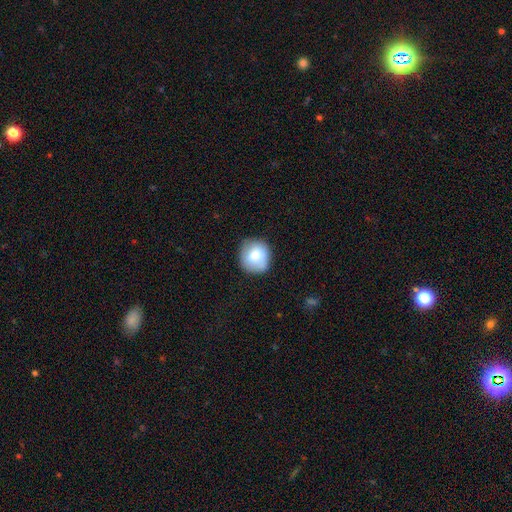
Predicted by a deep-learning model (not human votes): smooth 77%, featured or disk 15%, star or artifact 8%. Down the decision tree: how rounded — round (87%); merging — none (74%).